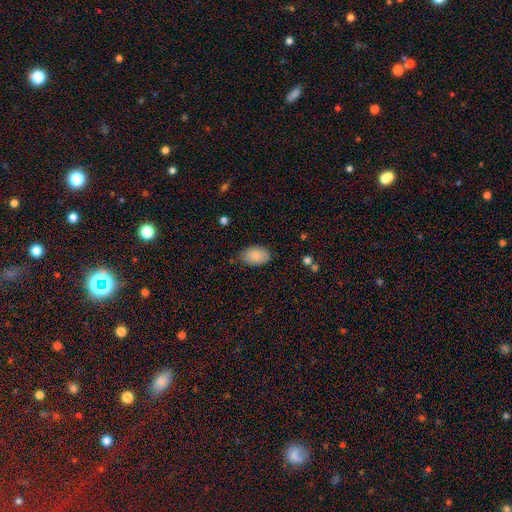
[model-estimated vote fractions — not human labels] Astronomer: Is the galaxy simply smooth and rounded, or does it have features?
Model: smooth — 86%.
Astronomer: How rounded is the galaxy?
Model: in between — 91%.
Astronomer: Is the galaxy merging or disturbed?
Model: none — 80%.